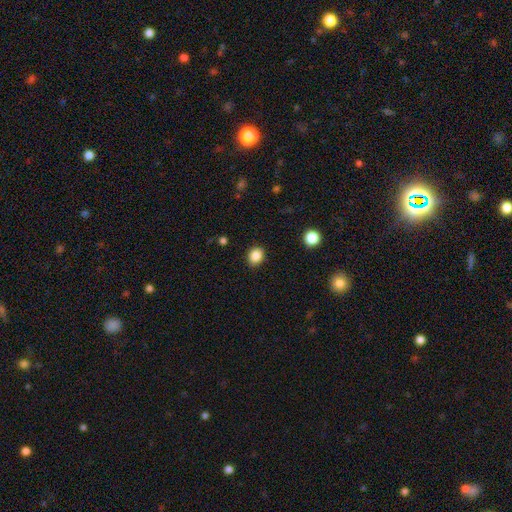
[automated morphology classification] smooth-or-featured: smooth: 86% | star or artifact: 10% | featured or disk: 4%
  how-rounded: round: 63% | in between: 36% | cigar-shaped: 1%
  merging: none: 90% | minor disturbance: 7% | major disturbance: 2% | merger: 1%